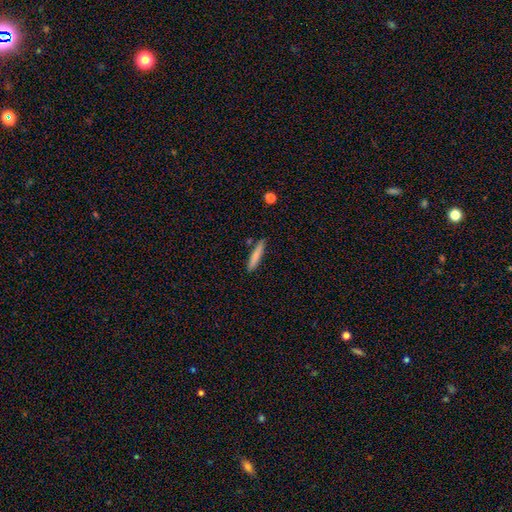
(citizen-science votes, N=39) This appears to be a smooth galaxy with no disk features (69%) that is cigar-shaped (93%). Merging: none (82%).